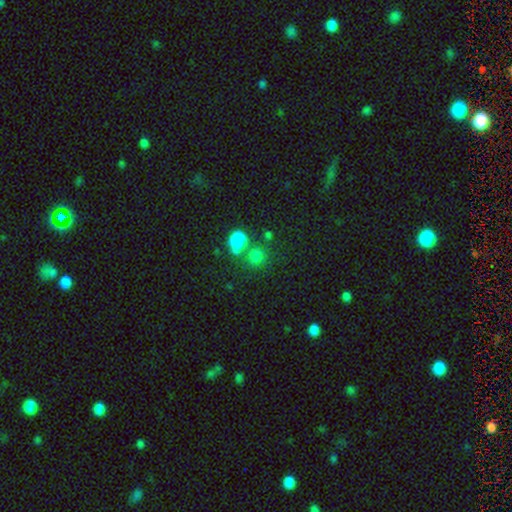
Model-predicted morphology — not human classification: Smooth or featured?
  - smooth: 73% *
  - star or artifact: 19%
  - featured or disk: 7%
How rounded?
  - round: 84% *
  - in between: 15%
  - cigar-shaped: 1%
Merging?
  - none: 62% *
  - merger: 22%
  - minor disturbance: 10%
  - major disturbance: 5%